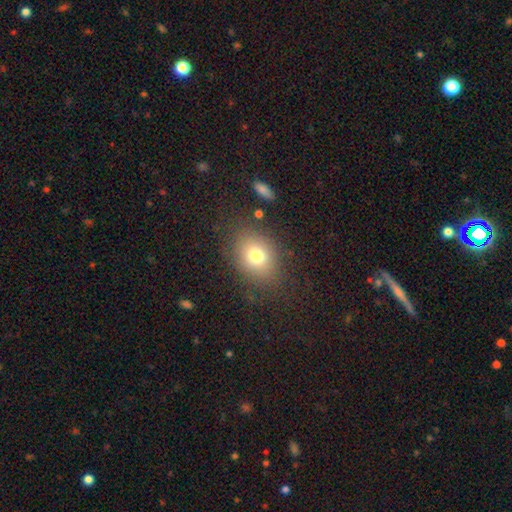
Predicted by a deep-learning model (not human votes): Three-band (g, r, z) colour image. It shows a smooth galaxy with no disk features (74%) that is in between round and cigar-shaped (59%). Merging: none (78%).